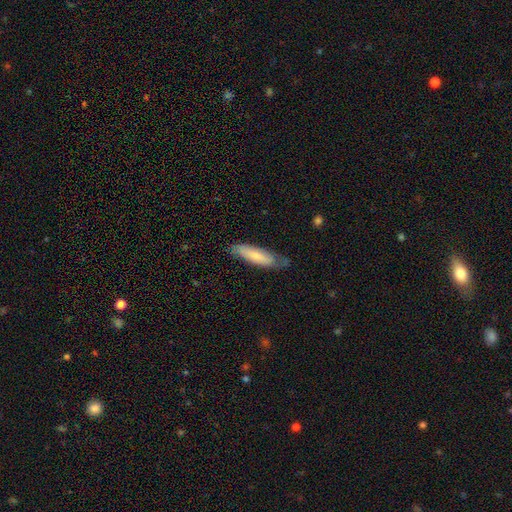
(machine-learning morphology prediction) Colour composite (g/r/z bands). It shows a smooth galaxy with no disk features (69%) that is cigar-shaped (64%). Merging: none (66%).